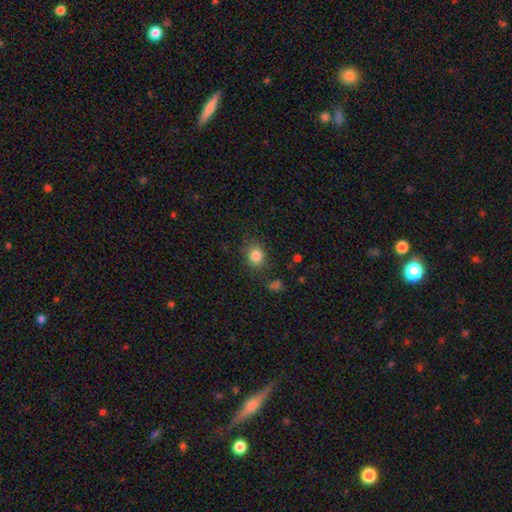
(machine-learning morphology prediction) smooth_or_featured: smooth (p=0.84) [alt: star or artifact p=0.11]
how_rounded: round (p=0.71) [alt: in between p=0.28]
merging: none (p=0.80) [alt: minor disturbance p=0.13]